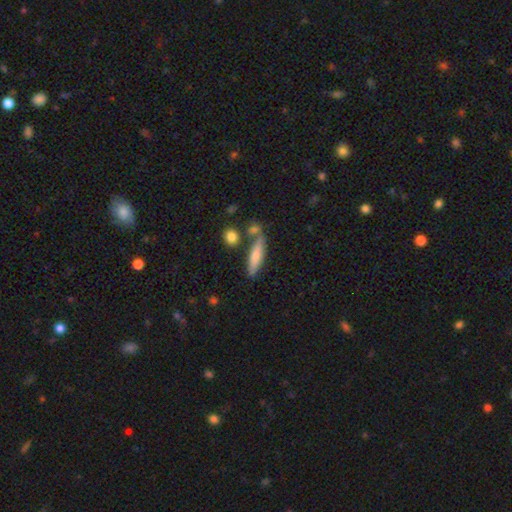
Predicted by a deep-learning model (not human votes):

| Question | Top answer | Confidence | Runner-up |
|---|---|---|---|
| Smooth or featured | smooth | 68% | featured or disk (25%) |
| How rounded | cigar-shaped | 73% | in between (24%) |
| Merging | none | 71% | minor disturbance (14%) |